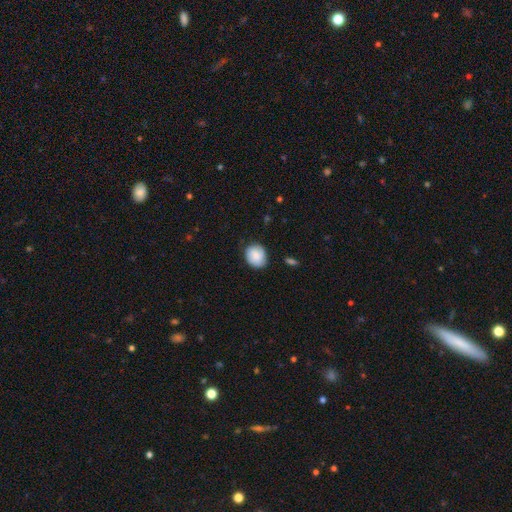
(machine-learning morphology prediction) Overall: smooth (82%). How rounded: round (67%; in between 32%). Merging: none (78%).